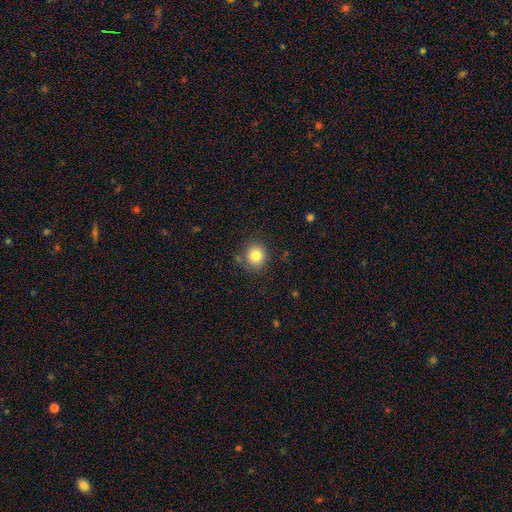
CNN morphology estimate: smooth-or-featured: smooth: 82% | star or artifact: 11% | featured or disk: 7%
  how-rounded: round: 89% | in between: 10% | cigar-shaped: 1%
  merging: none: 83% | minor disturbance: 11% | major disturbance: 3% | merger: 2%